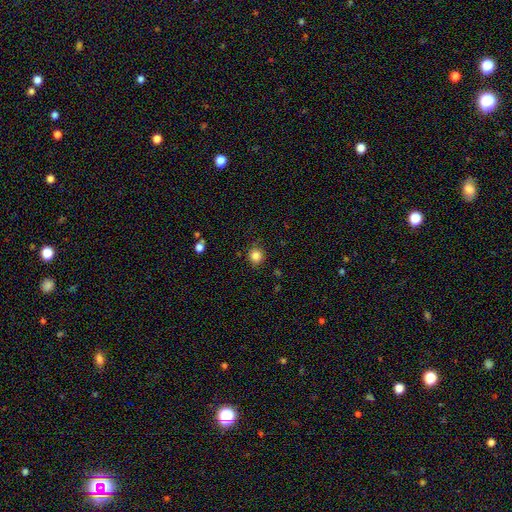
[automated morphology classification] A smooth galaxy with no disk features (85%) that is round (88%).

Vote fractions:
- Smooth or featured? smooth: 85% / star or artifact: 11% / featured or disk: 4%
- How rounded? round: 88% / in between: 11% / cigar-shaped: 1%
- Merging? none: 88% / minor disturbance: 8% / major disturbance: 2% / merger: 1%